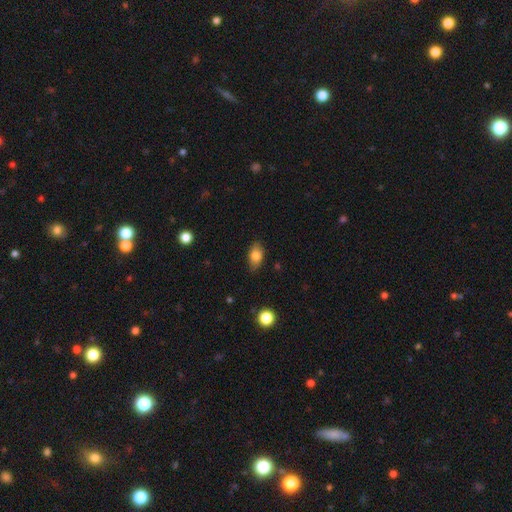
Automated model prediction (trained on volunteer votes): A smooth galaxy with no disk features (80%) that is in between round and cigar-shaped (89%).

Vote fractions:
- Smooth or featured? smooth: 80% / featured or disk: 11% / star or artifact: 8%
- How rounded? in between: 89% / round: 8% / cigar-shaped: 3%
- Merging? none: 82% / minor disturbance: 15% / major disturbance: 3% / merger: 1%